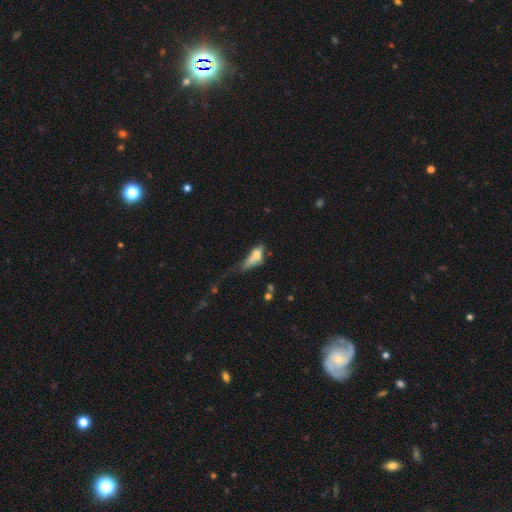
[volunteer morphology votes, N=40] A smooth galaxy with no disk features (60%) that is in between round and cigar-shaped (79%). Merging: major disturbance (62%).